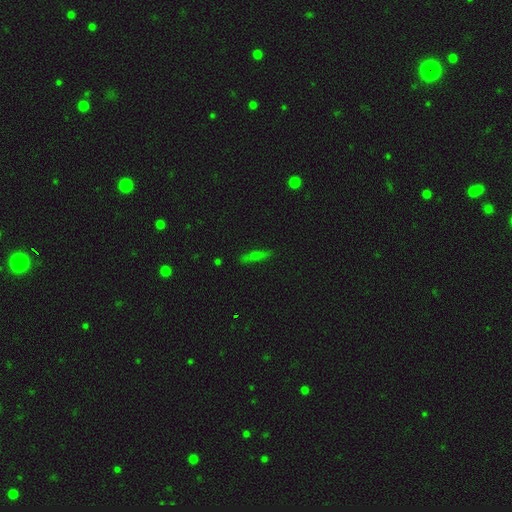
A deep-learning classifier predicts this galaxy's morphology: Smooth or featured? Predicted: smooth (p=0.51). How rounded? Predicted: cigar-shaped (p=0.80). Merging? Predicted: none (p=0.86).